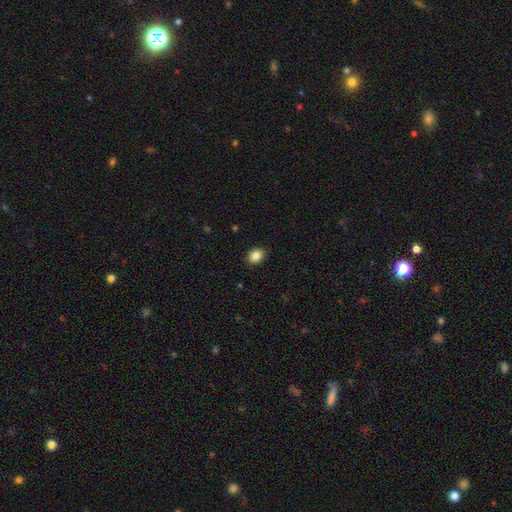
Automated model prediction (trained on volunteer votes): Smooth or featured? smooth (86%)
How rounded? in between (60%)
Merging? none (90%)